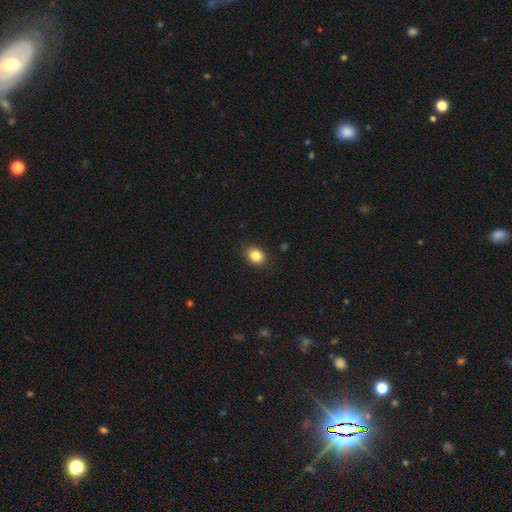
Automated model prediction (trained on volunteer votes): Smooth or featured?
  - smooth: 85% *
  - star or artifact: 10%
  - featured or disk: 6%
How rounded?
  - in between: 51% *
  - round: 48%
  - cigar-shaped: 1%
Merging?
  - none: 89% *
  - minor disturbance: 8%
  - major disturbance: 2%
  - merger: 1%